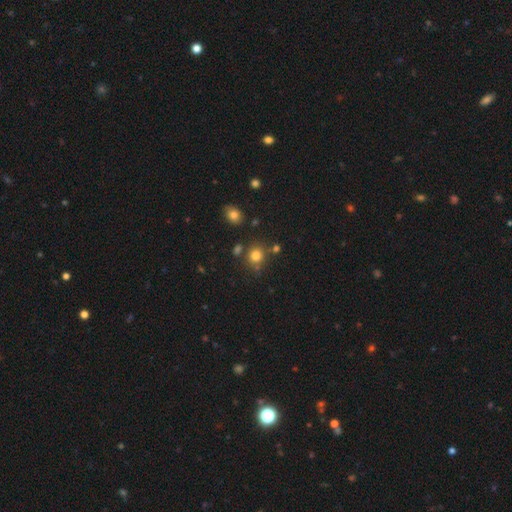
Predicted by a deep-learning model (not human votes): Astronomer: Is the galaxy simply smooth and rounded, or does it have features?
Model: smooth — 79%.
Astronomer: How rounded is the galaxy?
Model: round — 83%.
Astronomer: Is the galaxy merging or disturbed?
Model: none — 74%.